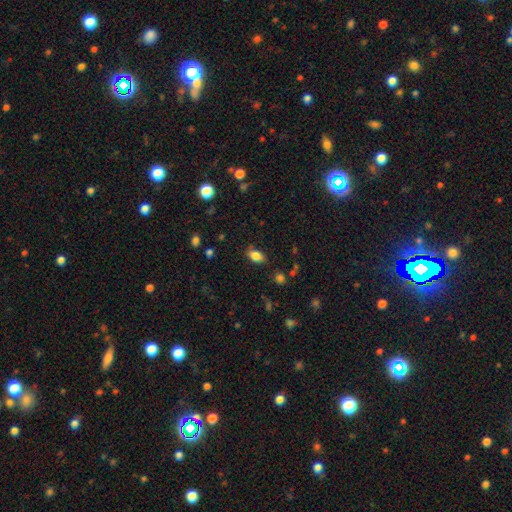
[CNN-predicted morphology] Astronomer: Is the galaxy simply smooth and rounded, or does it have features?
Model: smooth — 83%.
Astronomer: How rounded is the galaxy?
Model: in between — 88%.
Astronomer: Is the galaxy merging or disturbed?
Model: none — 80%.